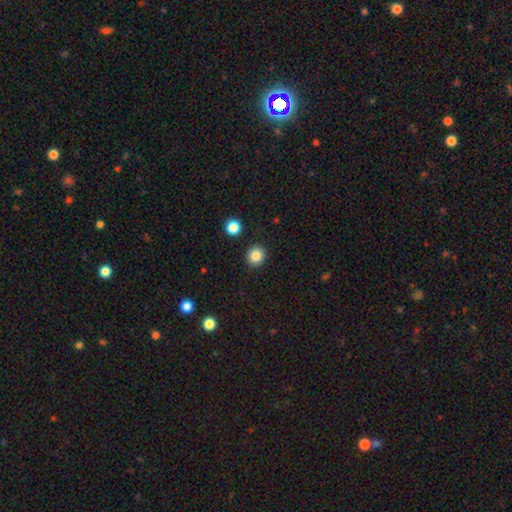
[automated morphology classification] The model was most divided on "smooth or featured": smooth: 85%, star or artifact: 10%, featured or disk: 5%. More confident: merging — none (91%); how rounded — round (88%).